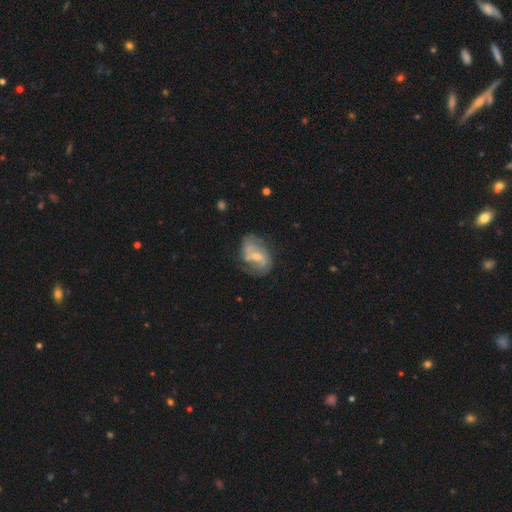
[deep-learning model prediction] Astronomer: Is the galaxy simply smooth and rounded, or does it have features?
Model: featured or disk — 73%.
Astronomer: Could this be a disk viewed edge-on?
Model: no — 97%.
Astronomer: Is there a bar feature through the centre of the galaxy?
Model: weak — 50% (runner-up: no, 38%).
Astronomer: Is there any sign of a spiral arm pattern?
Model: yes — 86%.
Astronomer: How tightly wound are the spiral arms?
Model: medium — 46% (runner-up: loose, 29%).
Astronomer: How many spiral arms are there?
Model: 2 — 69%.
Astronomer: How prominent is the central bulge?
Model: moderate — 43% (runner-up: small, 40%).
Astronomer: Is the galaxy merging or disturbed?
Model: none — 55%.